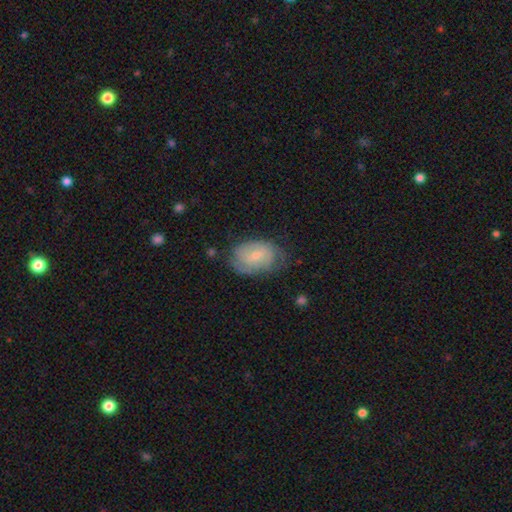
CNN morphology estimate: This appears to be a smooth galaxy with no disk features (51%) that is in between round and cigar-shaped (82%). Merging: none (59%).